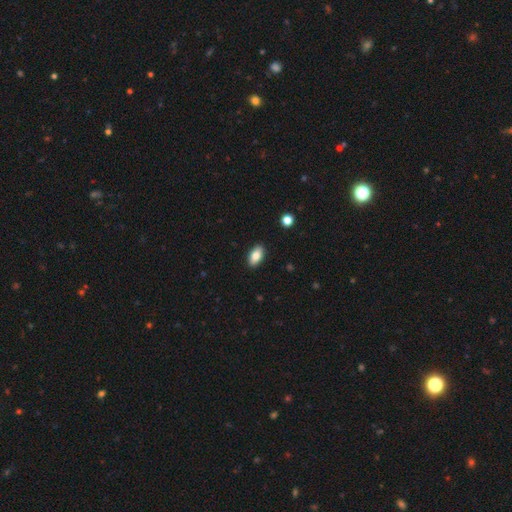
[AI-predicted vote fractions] Q: Smooth or featured?
A: smooth (83%); runner-up: featured or disk (9%)
Q: How rounded?
A: in between (92%); runner-up: cigar-shaped (4%)
Q: Merging?
A: none (90%); runner-up: minor disturbance (7%)